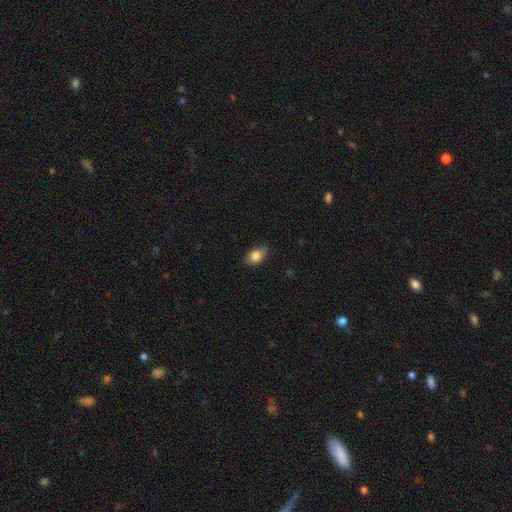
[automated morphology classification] Overall: smooth (82%). How rounded: in between (85%). Merging: none (73%).